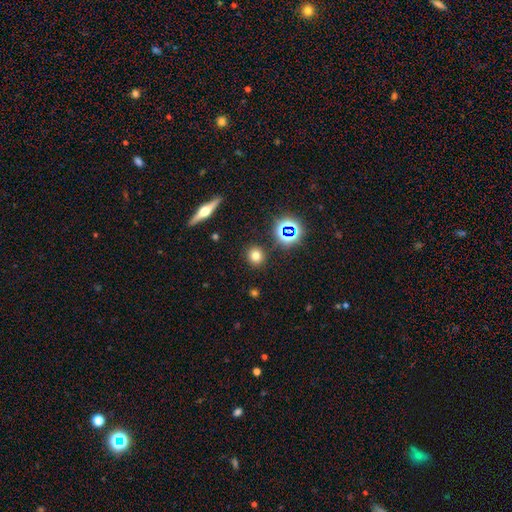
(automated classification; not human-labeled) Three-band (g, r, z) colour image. It shows a smooth galaxy with no disk features (71%) that is round (89%). Merging: none (89%).